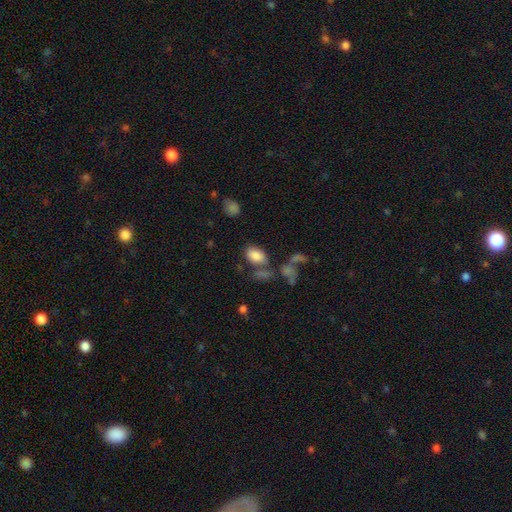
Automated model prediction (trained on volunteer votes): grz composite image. It shows a smooth galaxy with no disk features (83%) that is in between round and cigar-shaped (91%). Merging: none (60%).